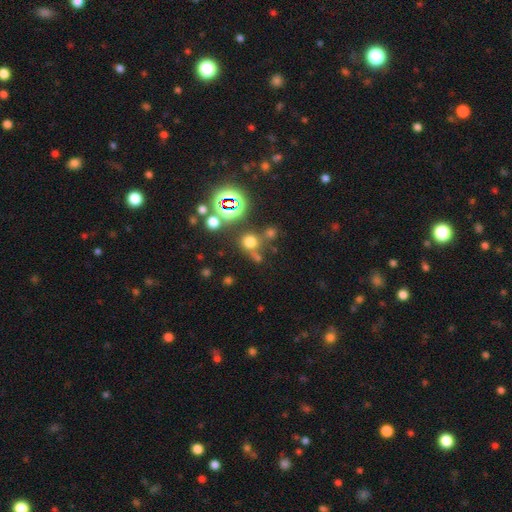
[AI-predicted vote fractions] Morphology: type=star or artifact (49%).